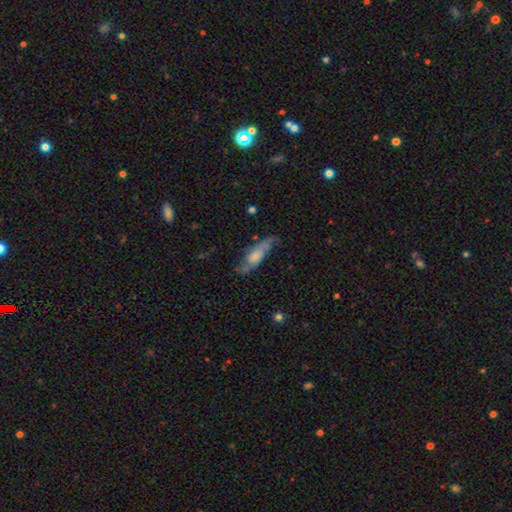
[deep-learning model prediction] This is possibly a smooth galaxy (48%). Merging: possibly none (51%).